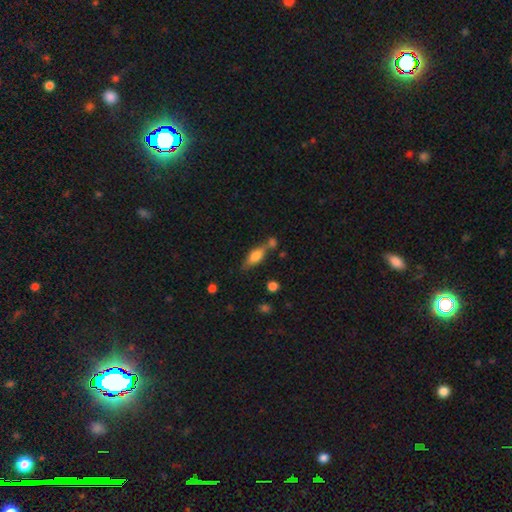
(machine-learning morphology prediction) Smooth or featured? smooth (62%)
How rounded? in between (62%)
Merging? none (53%)